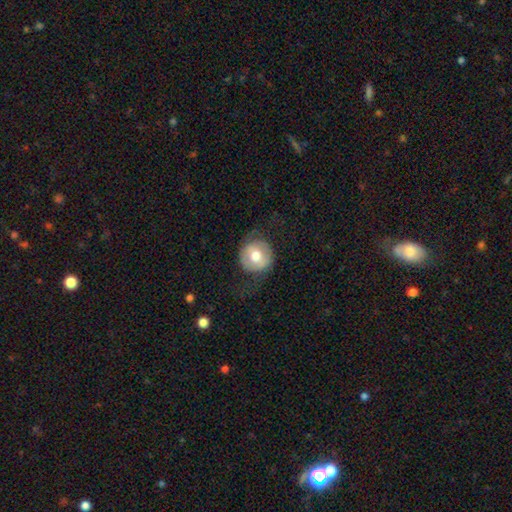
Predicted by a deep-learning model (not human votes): The model was most divided on "smooth or featured": smooth: 60%, featured or disk: 34%, star or artifact: 7%. More confident: how rounded — round (90%); merging — none (69%).